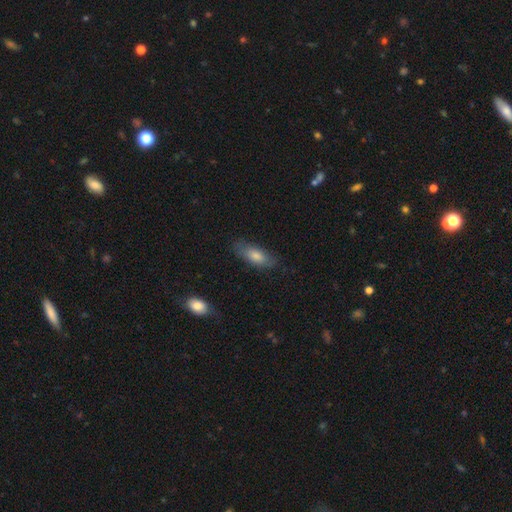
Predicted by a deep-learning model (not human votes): Morphology: type=smooth (74%); roundness=in between (69%); merging=none (77%).